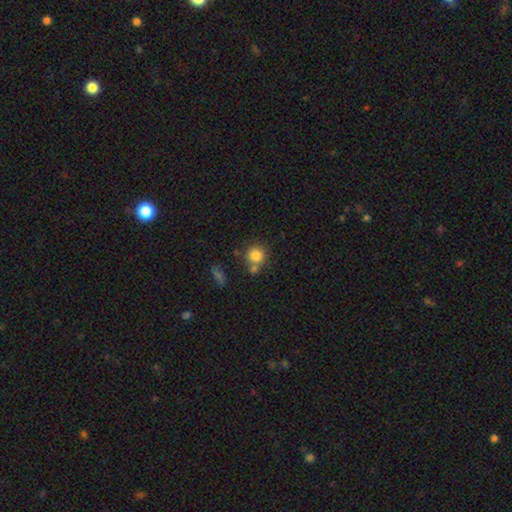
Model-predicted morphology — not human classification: This appears to be a smooth galaxy with no disk features (82%) that is round (90%). Merging: none (62%).